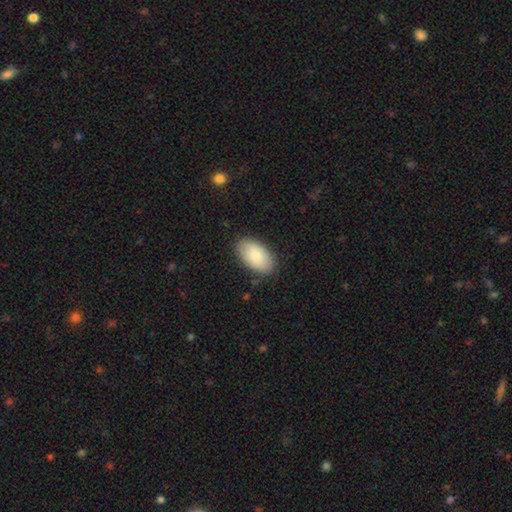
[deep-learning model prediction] Q: Smooth or featured?
A: smooth (82%); runner-up: featured or disk (13%)
Q: How rounded?
A: in between (95%); runner-up: round (3%)
Q: Merging?
A: none (86%); runner-up: minor disturbance (11%)